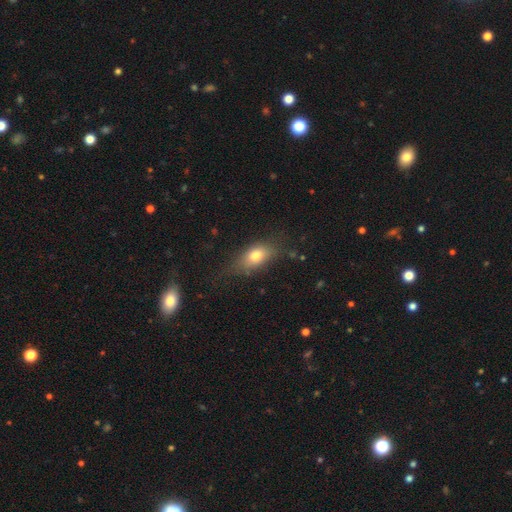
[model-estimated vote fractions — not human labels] The model was most divided on "merging": none: 64%, minor disturbance: 24%, major disturbance: 10%, merger: 2%. More confident: how rounded — in between (81%); smooth or featured — smooth (76%).